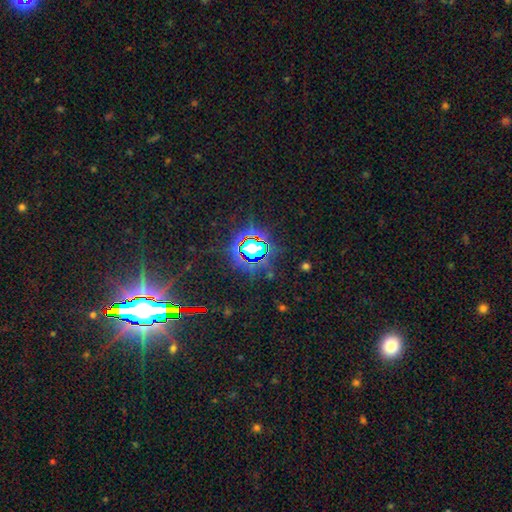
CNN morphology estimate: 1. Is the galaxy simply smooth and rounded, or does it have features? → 81% star or artifact, 10% smooth, 9% featured or disk.